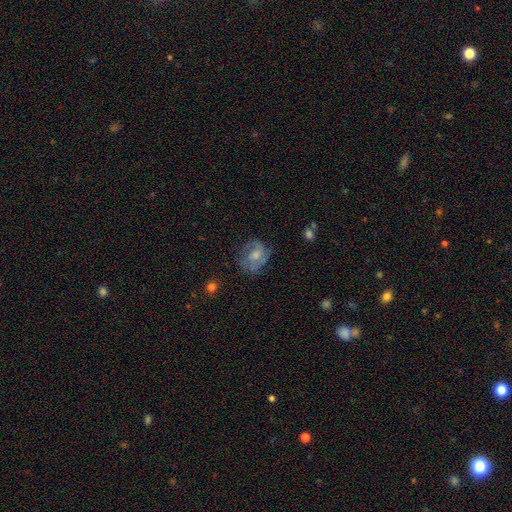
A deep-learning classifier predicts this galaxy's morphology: type=featured or disk (57%); edge-on=no (97%); bar=no (64%); spiral arms=yes (77%); bulge=moderate (49%); merging=none (58%).